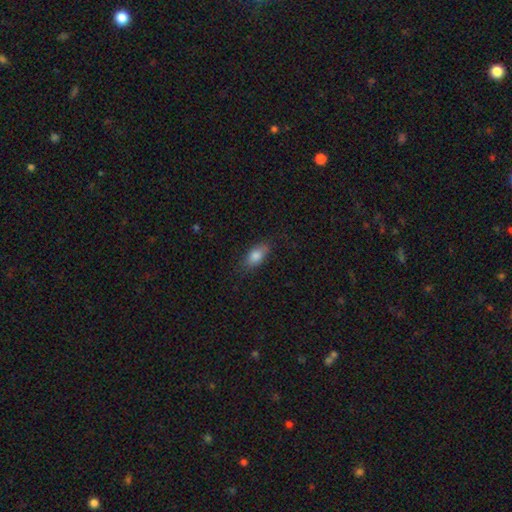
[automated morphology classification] Overall: smooth (82%). How rounded: in between (86%). Merging: none (79%).